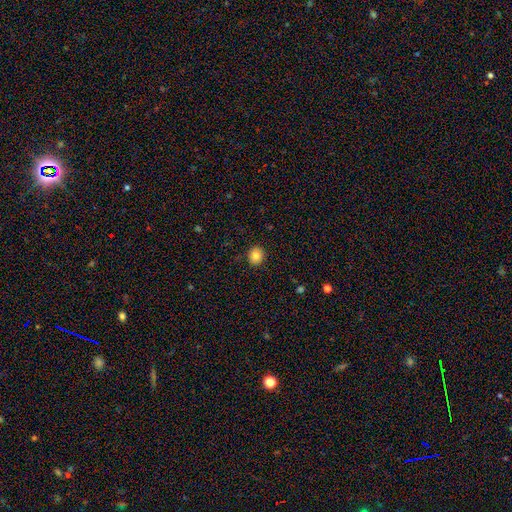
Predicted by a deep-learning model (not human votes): A smooth galaxy with no disk features (83%) that is round (82%).

Vote fractions:
- Smooth or featured? smooth: 83% / star or artifact: 10% / featured or disk: 7%
- How rounded? round: 82% / in between: 17% / cigar-shaped: 1%
- Merging? none: 90% / minor disturbance: 7% / major disturbance: 2% / merger: 1%